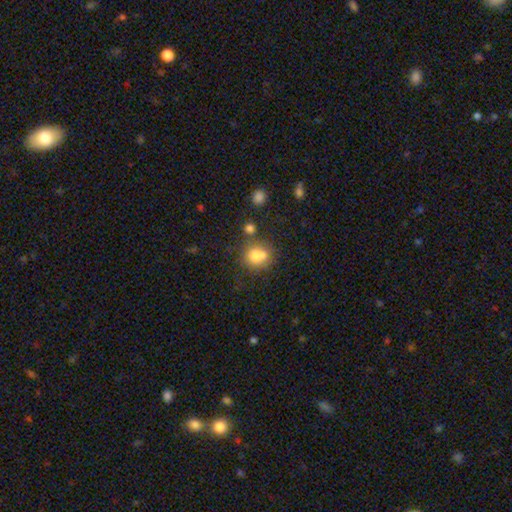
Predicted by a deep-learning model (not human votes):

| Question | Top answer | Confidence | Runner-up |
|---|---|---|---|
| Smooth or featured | smooth | 75% | featured or disk (13%) |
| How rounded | round | 80% | in between (19%) |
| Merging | none | 52% | merger (29%) |